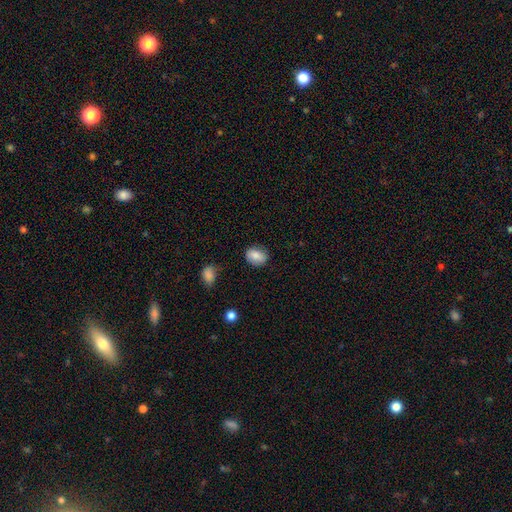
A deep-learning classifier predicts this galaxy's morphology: smooth 84%, featured or disk 8%, star or artifact 8%. Down the decision tree: how rounded — in between (69%); merging — none (80%).